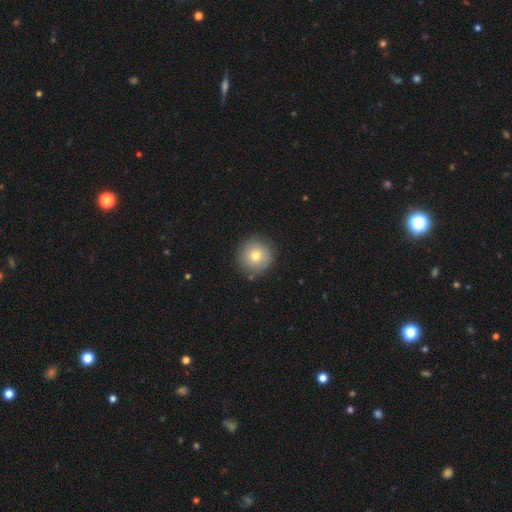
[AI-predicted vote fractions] smooth 75%, featured or disk 15%, star or artifact 10%. Down the decision tree: how rounded — round (95%); merging — none (86%).